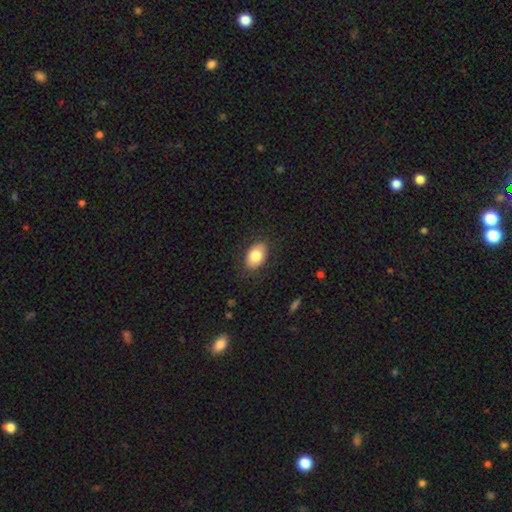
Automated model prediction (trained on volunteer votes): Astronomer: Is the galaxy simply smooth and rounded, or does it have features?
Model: smooth — 82%.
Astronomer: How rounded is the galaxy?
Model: in between — 86%.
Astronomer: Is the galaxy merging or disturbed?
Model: none — 83%.